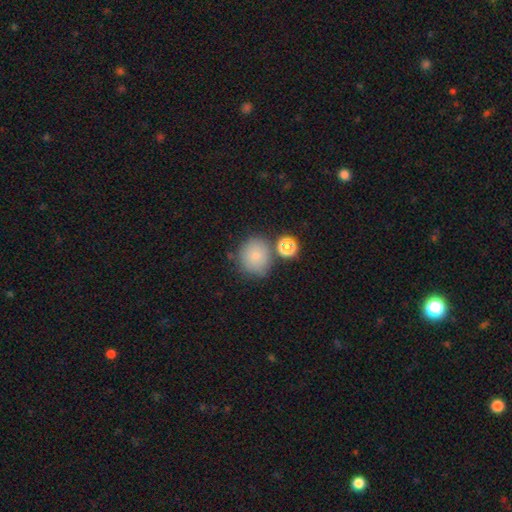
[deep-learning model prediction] The model was most divided on "merging": none: 68%, minor disturbance: 15%, merger: 12%, major disturbance: 5%. More confident: how rounded — round (84%); smooth or featured — smooth (78%).